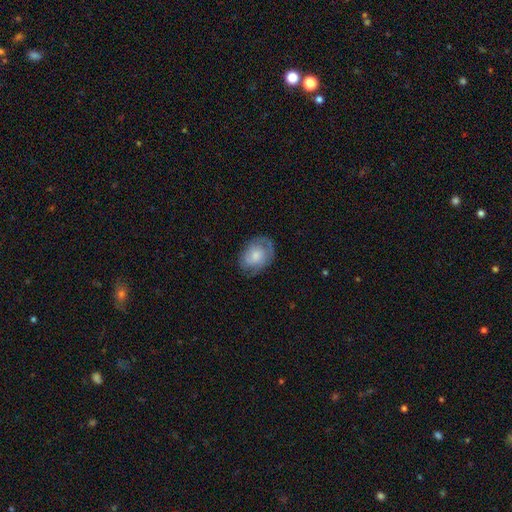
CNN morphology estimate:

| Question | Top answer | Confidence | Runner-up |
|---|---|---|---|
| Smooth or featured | smooth | 53% | featured or disk (40%) |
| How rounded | in between | 72% | round (27%) |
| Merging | none | 65% | minor disturbance (24%) |